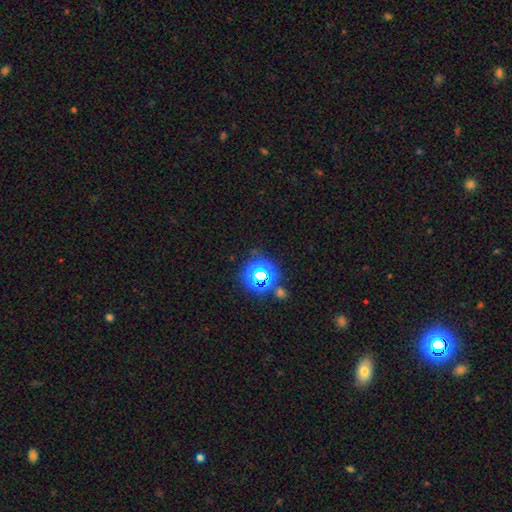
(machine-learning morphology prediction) This appears to be a star or artifact, not a galaxy (70%).